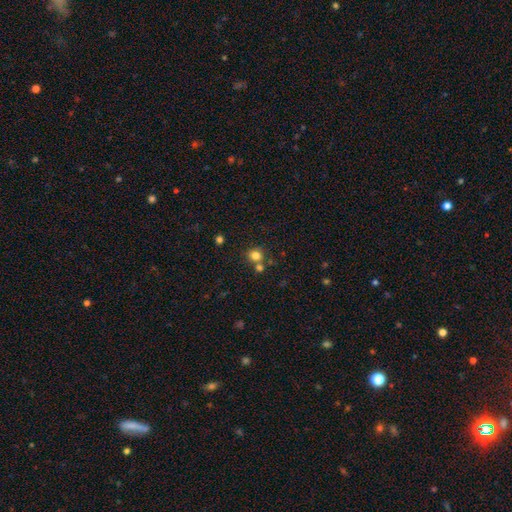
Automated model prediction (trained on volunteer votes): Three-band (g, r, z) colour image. It shows a smooth galaxy with no disk features (80%) that is round (83%). Merging: none (64%).